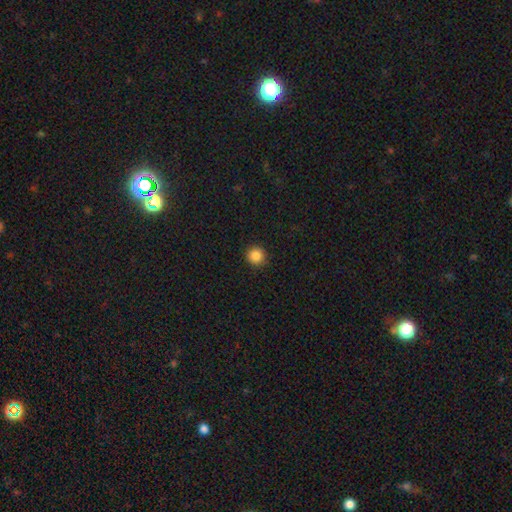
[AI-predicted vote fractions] Overall: smooth (86%). How rounded: round (95%). Merging: none (92%).